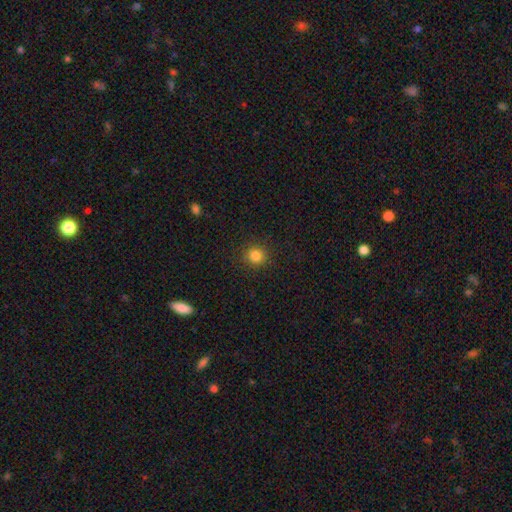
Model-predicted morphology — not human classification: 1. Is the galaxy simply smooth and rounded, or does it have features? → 83% smooth, 12% star or artifact, 5% featured or disk.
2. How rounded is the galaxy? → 92% round, 7% in between, 1% cigar-shaped.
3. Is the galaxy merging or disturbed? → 90% none, 6% minor disturbance, 2% major disturbance, 1% merger.